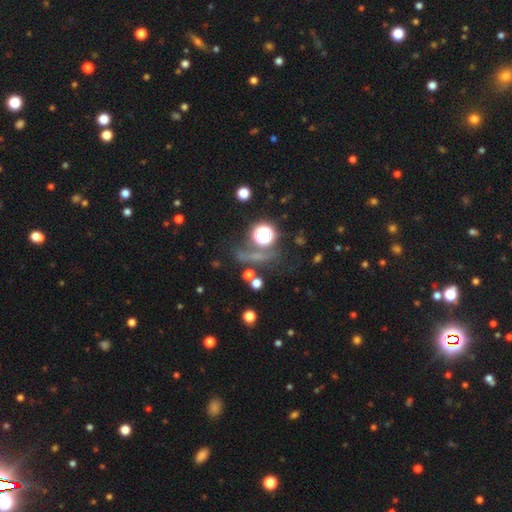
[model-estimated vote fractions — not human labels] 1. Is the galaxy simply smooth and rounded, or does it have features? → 60% star or artifact, 26% smooth, 15% featured or disk.